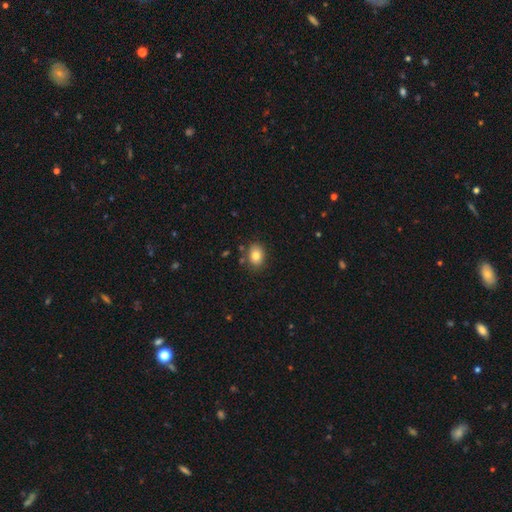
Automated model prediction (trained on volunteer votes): Smooth or featured? Predicted: smooth (p=0.81). How rounded? Predicted: in between (p=0.64). Merging? Predicted: none (p=0.81).